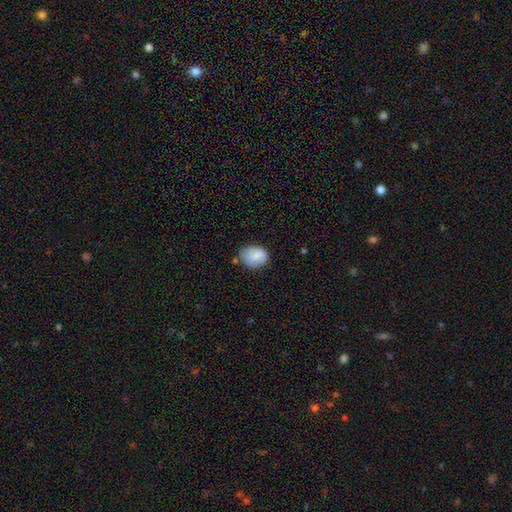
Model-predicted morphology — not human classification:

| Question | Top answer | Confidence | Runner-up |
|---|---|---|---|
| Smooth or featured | smooth | 80% | featured or disk (13%) |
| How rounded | in between | 62% | round (37%) |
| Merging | none | 59% | minor disturbance (29%) |